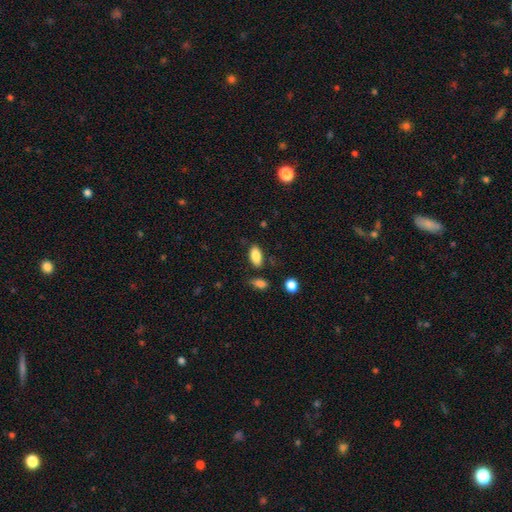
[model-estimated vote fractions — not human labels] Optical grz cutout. It shows a smooth galaxy with no disk features (85%) that is in between round and cigar-shaped (91%). Merging: none (79%).